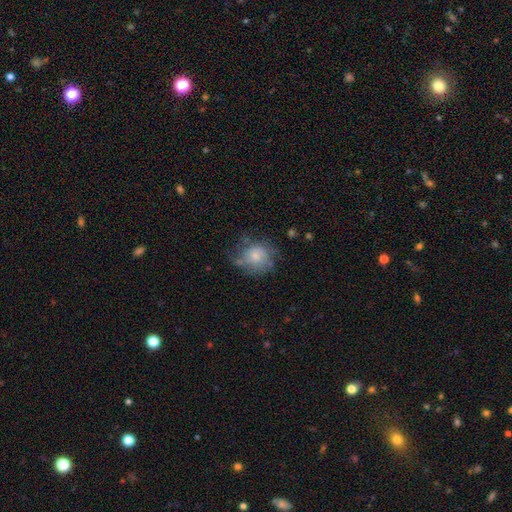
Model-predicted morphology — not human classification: Q: Smooth or featured?
A: smooth (48%); runner-up: featured or disk (43%)
Q: Merging?
A: none (46%); runner-up: minor disturbance (29%)